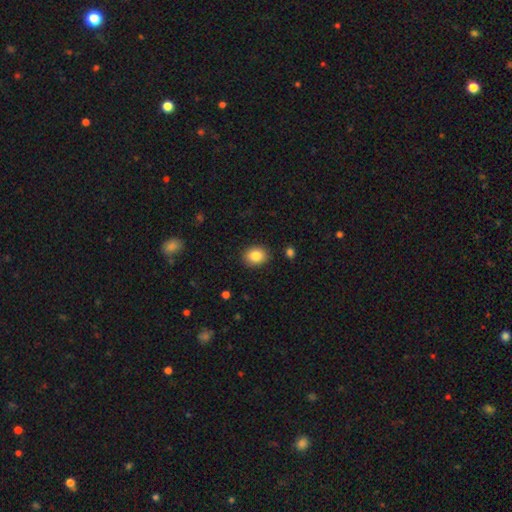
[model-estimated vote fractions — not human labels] smooth 84%, star or artifact 9%, featured or disk 7%. Down the decision tree: how rounded — in between (50%); merging — none (89%).